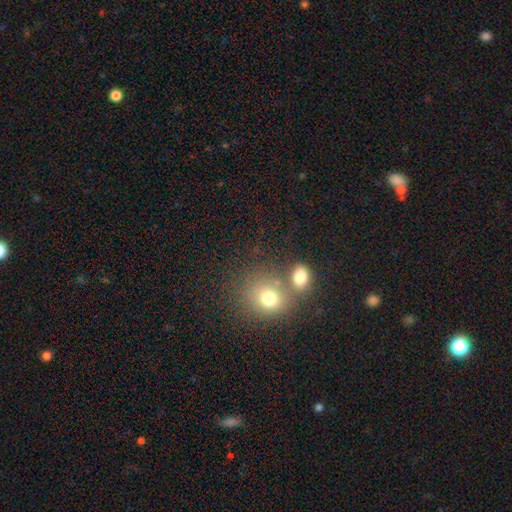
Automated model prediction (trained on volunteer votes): Smooth or featured: smooth — 64% (star or artifact — 25%)
How rounded: round — 84% (in between — 15%)
Merging: none — 60% (merger — 28%)